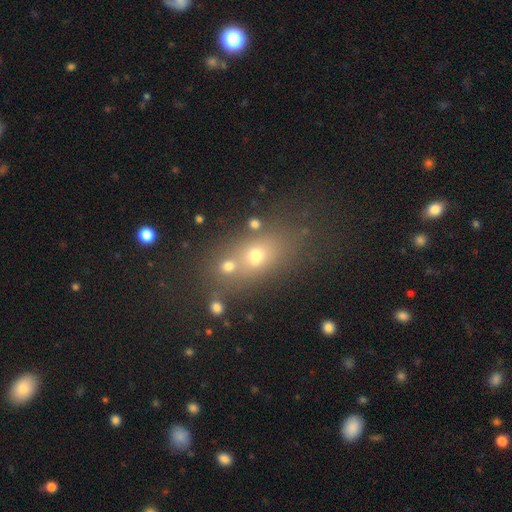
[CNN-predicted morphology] smooth_or_featured: smooth (p=0.56) [alt: star or artifact p=0.24]
how_rounded: in between (p=0.54) [alt: round p=0.39]
merging: none (p=0.50) [alt: merger p=0.33]